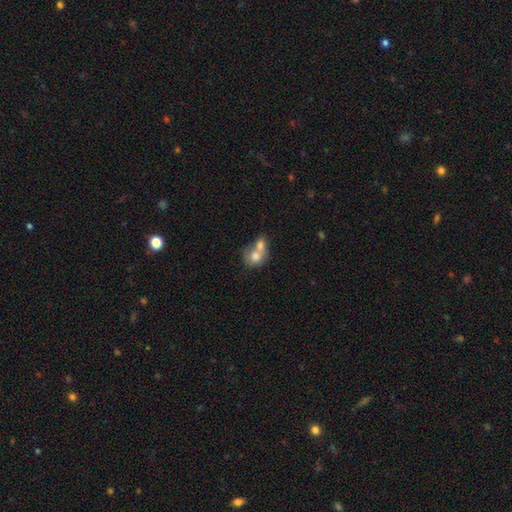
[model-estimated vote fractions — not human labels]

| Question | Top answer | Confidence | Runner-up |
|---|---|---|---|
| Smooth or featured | smooth | 72% | featured or disk (20%) |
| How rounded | round | 60% | in between (39%) |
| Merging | merger | 73% | none (17%) |